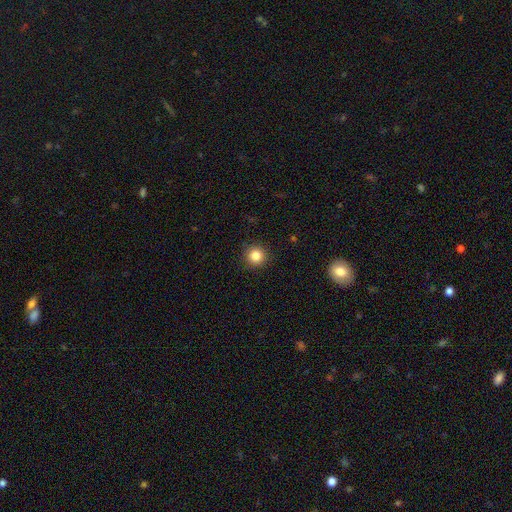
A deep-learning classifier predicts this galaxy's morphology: Q: Smooth or featured?
A: smooth (84%); runner-up: star or artifact (11%)
Q: How rounded?
A: round (95%); runner-up: in between (4%)
Q: Merging?
A: none (91%); runner-up: minor disturbance (6%)